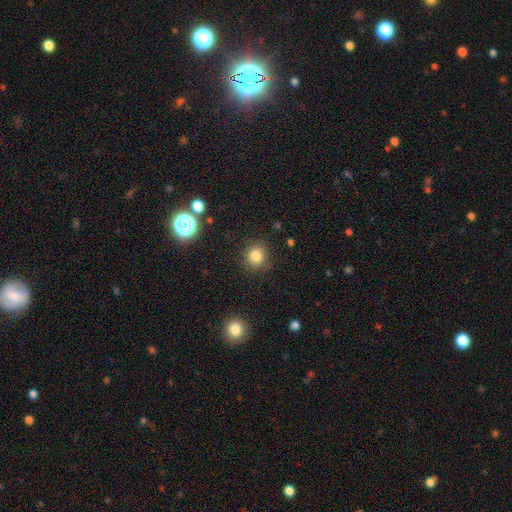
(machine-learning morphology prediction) This is clearly a smooth galaxy (82%). How rounded: clearly round (85%). Merging: clearly none (87%).